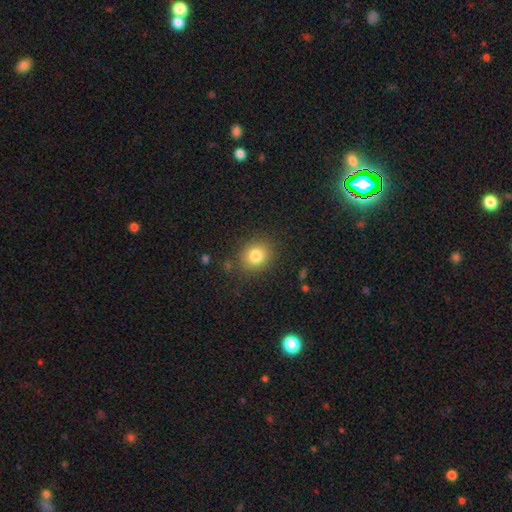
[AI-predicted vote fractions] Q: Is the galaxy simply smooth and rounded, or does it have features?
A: smooth — 81%.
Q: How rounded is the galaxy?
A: round — 68%.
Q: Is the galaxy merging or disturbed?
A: none — 85%.